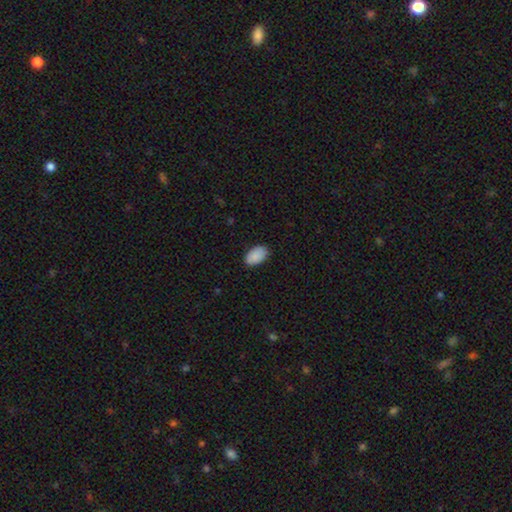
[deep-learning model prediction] A smooth galaxy with no disk features (90%) that is in between round and cigar-shaped (94%).

Vote fractions:
- Smooth or featured? smooth: 90% / star or artifact: 6% / featured or disk: 3%
- How rounded? in between: 94% / round: 5% / cigar-shaped: 1%
- Merging? none: 86% / minor disturbance: 11% / major disturbance: 2% / merger: 1%